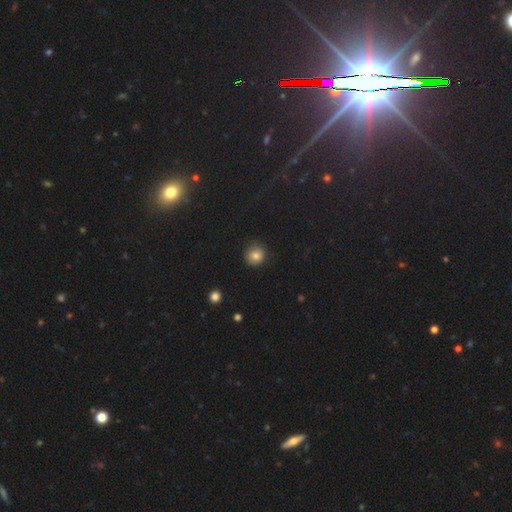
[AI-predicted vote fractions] Morphology: type=smooth (80%); roundness=round (90%); merging=none (86%).